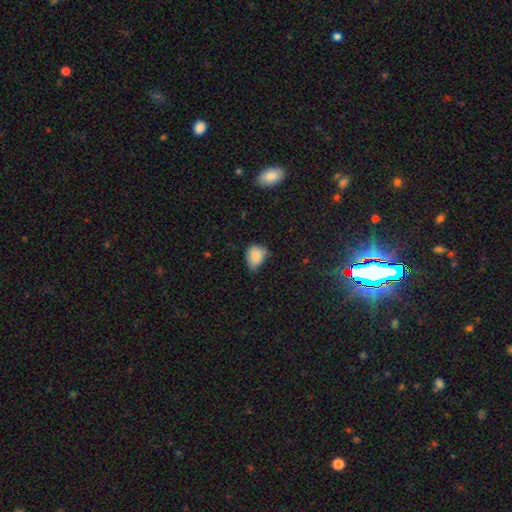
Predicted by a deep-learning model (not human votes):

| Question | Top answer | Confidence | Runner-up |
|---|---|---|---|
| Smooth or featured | smooth | 82% | star or artifact (9%) |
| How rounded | in between | 60% | round (39%) |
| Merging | minor disturbance | 50% | none (36%) |